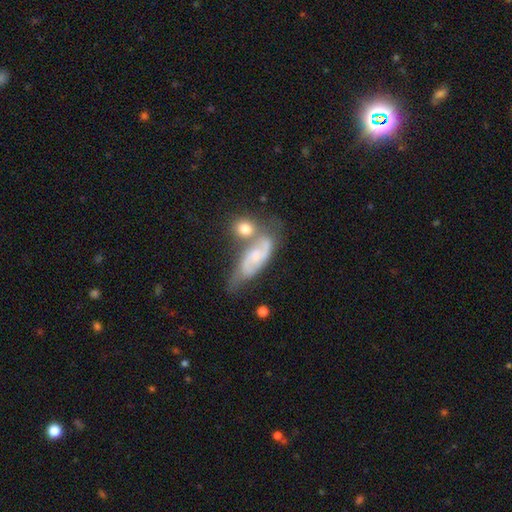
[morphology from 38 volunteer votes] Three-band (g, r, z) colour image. It shows a featured or disk galaxy (76%) with no bar (57%), 2 (81%) medium (52%) spiral arms (91%) and a small central bulge (52%). Merging: none (37%).